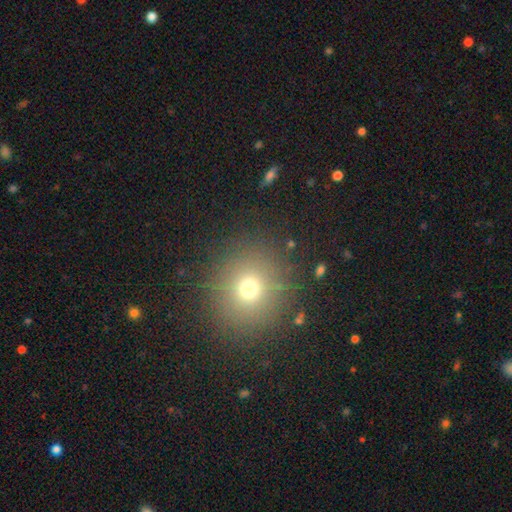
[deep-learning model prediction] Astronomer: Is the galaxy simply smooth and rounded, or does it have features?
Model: smooth — 65%.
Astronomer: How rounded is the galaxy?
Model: round — 91%.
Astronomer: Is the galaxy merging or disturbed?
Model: none — 91%.